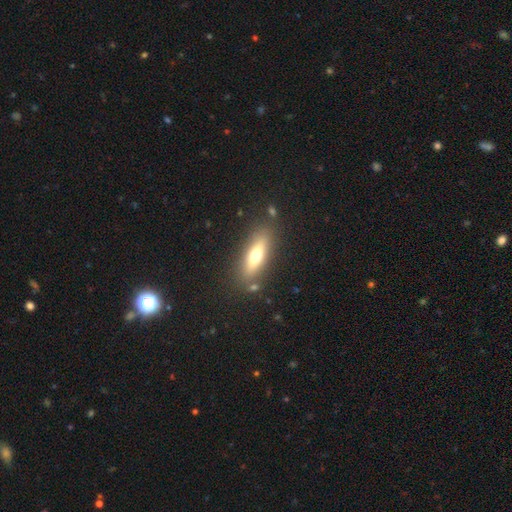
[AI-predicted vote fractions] The model was most divided on "how rounded": cigar-shaped: 50%, in between: 47%, round: 3%. More confident: merging — none (81%); smooth or featured — smooth (59%).